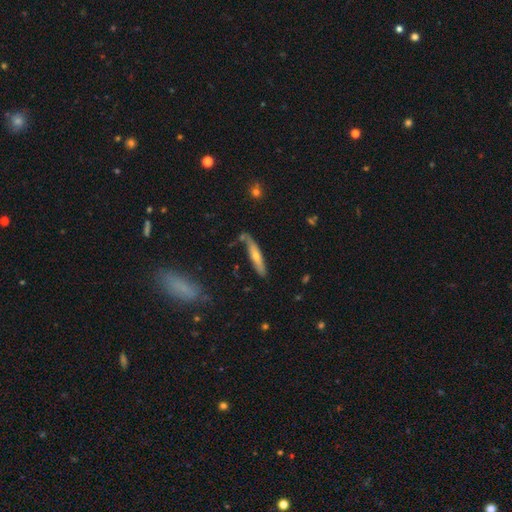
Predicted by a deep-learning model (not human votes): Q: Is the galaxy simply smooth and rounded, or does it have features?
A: featured or disk — 47%.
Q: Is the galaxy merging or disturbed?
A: none — 72%.